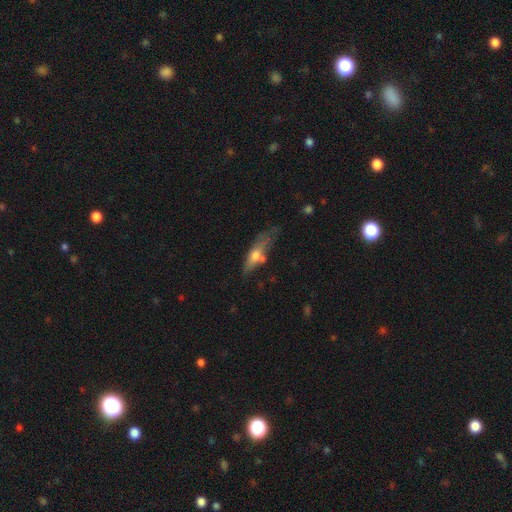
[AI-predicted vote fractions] The model was most divided on "how rounded": in between: 49%, cigar-shaped: 48%, round: 3%. Remaining: smooth or featured — smooth (54%); merging — none (39%).